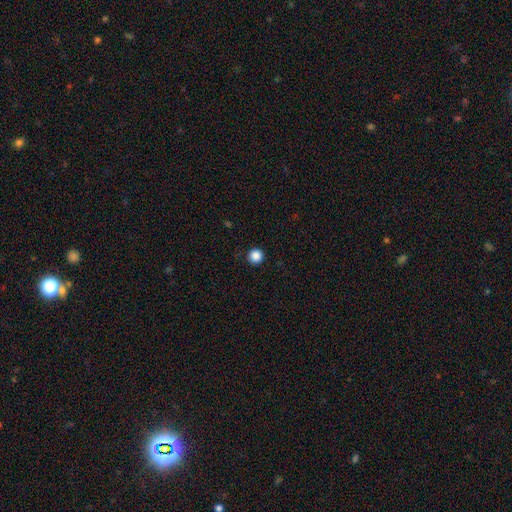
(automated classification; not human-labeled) Smooth or featured? Predicted: smooth (p=0.87). How rounded? Predicted: round (p=0.96). Merging? Predicted: none (p=0.92).